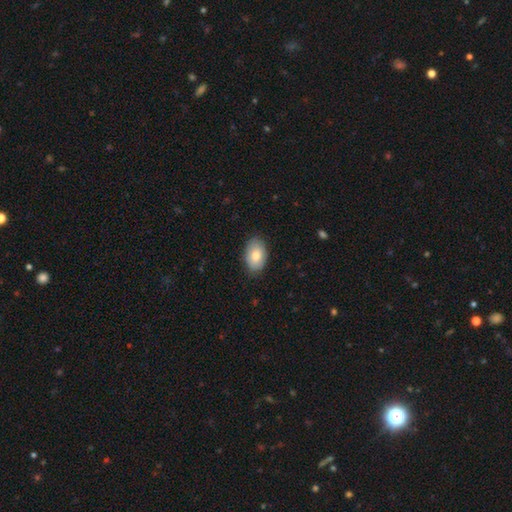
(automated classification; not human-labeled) smooth_or_featured: smooth (p=0.80) [alt: featured or disk p=0.13]
how_rounded: in between (p=0.89) [alt: round p=0.10]
merging: none (p=0.83) [alt: minor disturbance p=0.13]